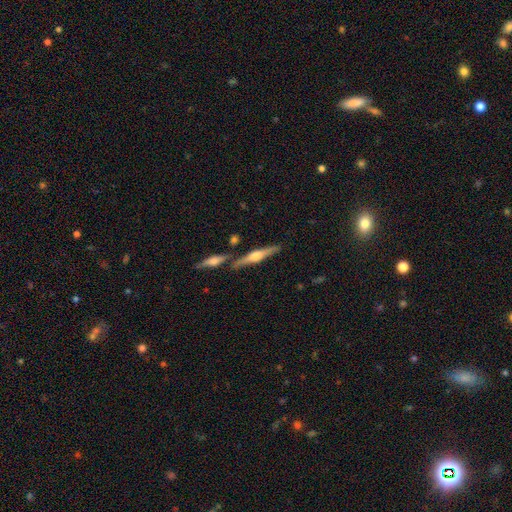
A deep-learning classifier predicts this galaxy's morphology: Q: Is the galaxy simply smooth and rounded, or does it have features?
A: featured or disk — 73%.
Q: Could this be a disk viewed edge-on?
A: yes — 97%.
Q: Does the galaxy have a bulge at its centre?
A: rounded — 89%.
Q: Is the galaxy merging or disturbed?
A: none — 76%.